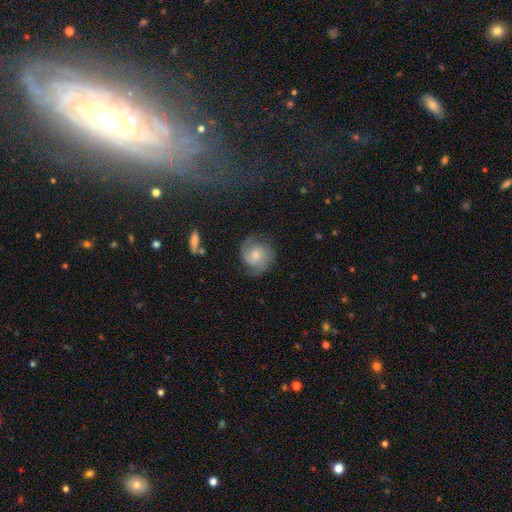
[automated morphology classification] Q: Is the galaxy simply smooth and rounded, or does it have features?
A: featured or disk — 65%.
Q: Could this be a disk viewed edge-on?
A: no — 97%.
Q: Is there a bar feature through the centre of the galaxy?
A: no — 69%.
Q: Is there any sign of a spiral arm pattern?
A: yes — 92%.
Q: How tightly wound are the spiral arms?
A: medium — 42%.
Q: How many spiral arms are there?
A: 2 — 62%.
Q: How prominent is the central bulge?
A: small — 47%.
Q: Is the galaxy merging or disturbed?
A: none — 71%.